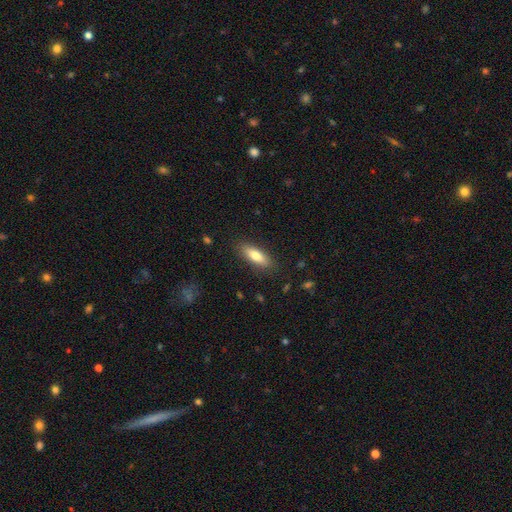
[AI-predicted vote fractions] Morphology: type=smooth (77%); roundness=in between (60%); merging=none (86%).